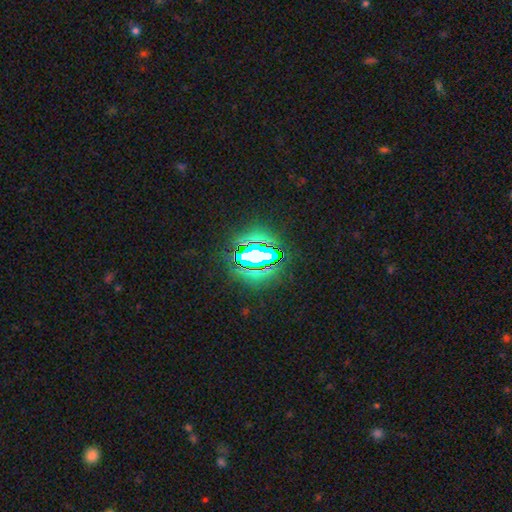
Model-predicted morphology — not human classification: star or artifact 73%, smooth 16%, featured or disk 11%.